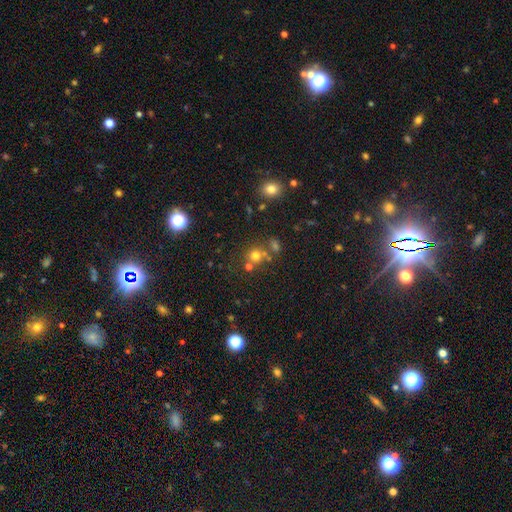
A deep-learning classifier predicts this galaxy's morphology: This appears to be a smooth galaxy with no disk features (67%) that is round (85%). Merging: none (60%).